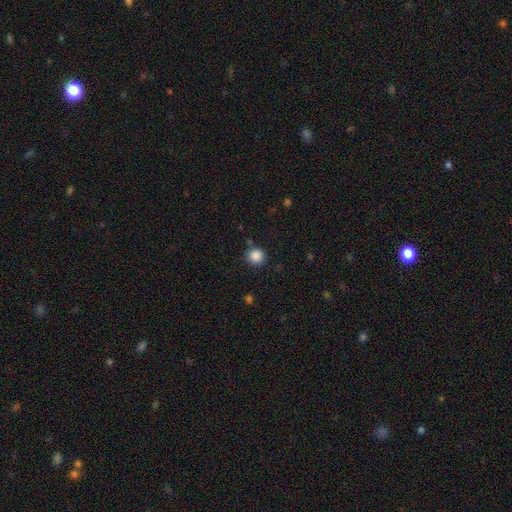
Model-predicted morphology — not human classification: Smooth or featured: smooth — 87% (star or artifact — 10%)
How rounded: round — 92% (in between — 7%)
Merging: none — 87% (minor disturbance — 8%)